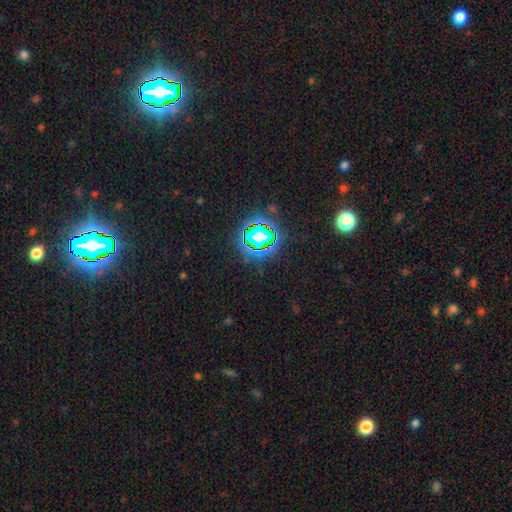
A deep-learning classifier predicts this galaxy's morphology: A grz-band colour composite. It shows a star or artifact, not a galaxy (80%).